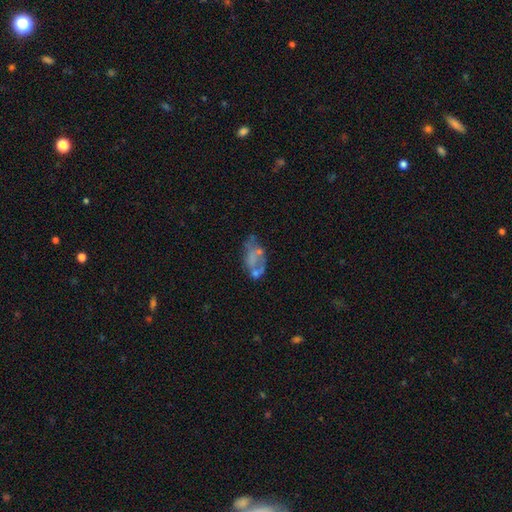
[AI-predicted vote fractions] This is possibly a featured or disk galaxy (53%). It is clearly not viewed edge-on (94%). Bar: clearly no (87%). Spiral arm pattern: clearly no (82%). Central bulge: likely none (70%). Merging: marginally none (45%).